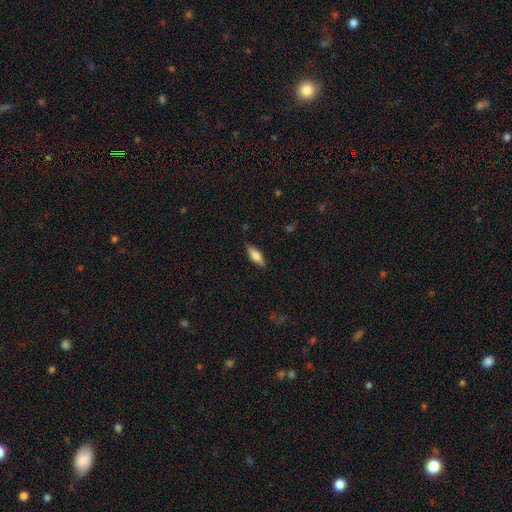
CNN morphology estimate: Smooth or featured?
  - smooth: 69% *
  - featured or disk: 25%
  - star or artifact: 6%
How rounded?
  - in between: 62% *
  - cigar-shaped: 35%
  - round: 2%
Merging?
  - none: 85% *
  - minor disturbance: 11%
  - major disturbance: 2%
  - merger: 1%